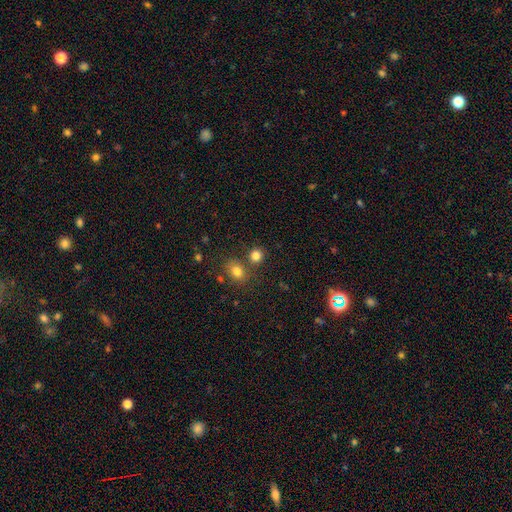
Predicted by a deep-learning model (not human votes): smooth-or-featured: smooth: 81% | star or artifact: 13% | featured or disk: 6%
  how-rounded: round: 78% | in between: 21% | cigar-shaped: 1%
  merging: none: 71% | merger: 17% | minor disturbance: 9% | major disturbance: 3%